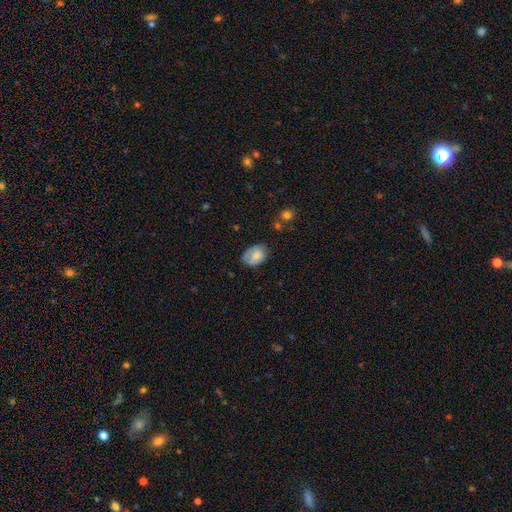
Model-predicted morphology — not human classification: Smooth or featured? Predicted: smooth (p=0.69). How rounded? Predicted: in between (p=0.77). Merging? Predicted: none (p=0.61).